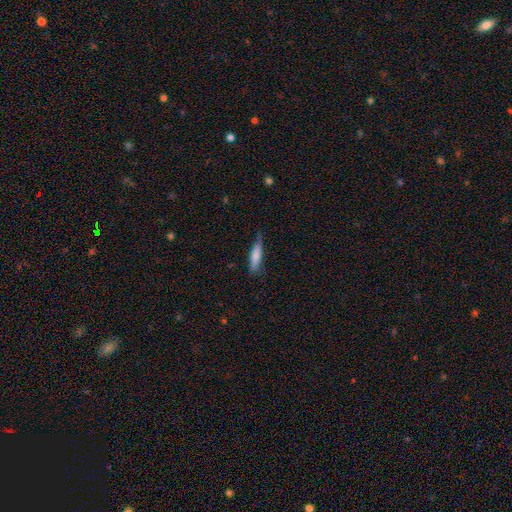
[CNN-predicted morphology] smooth-or-featured: smooth: 76% | featured or disk: 18% | star or artifact: 6%
  how-rounded: cigar-shaped: 77% | in between: 22% | round: 1%
  merging: none: 70% | minor disturbance: 24% | major disturbance: 4% | merger: 1%